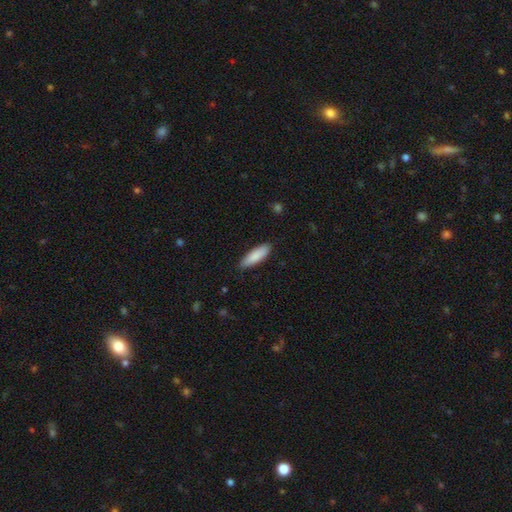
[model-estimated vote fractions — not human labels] Smooth or featured? smooth (87%)
How rounded? cigar-shaped (52%)
Merging? none (86%)